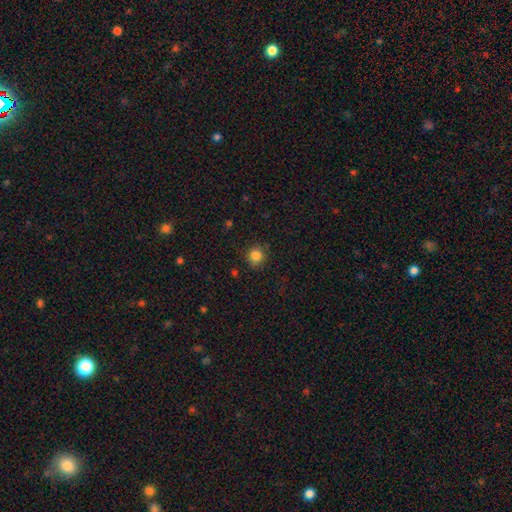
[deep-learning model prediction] This is clearly a smooth galaxy (84%). How rounded: clearly round (92%). Merging: clearly none (87%).